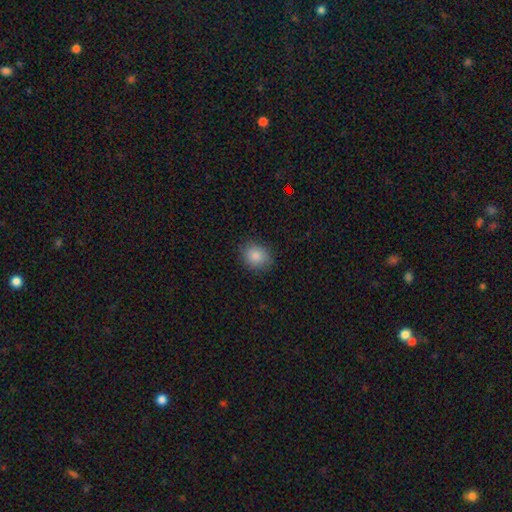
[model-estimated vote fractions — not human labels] Smooth or featured? Predicted: smooth (p=0.87). How rounded? Predicted: round (p=0.61). Merging? Predicted: none (p=0.86).